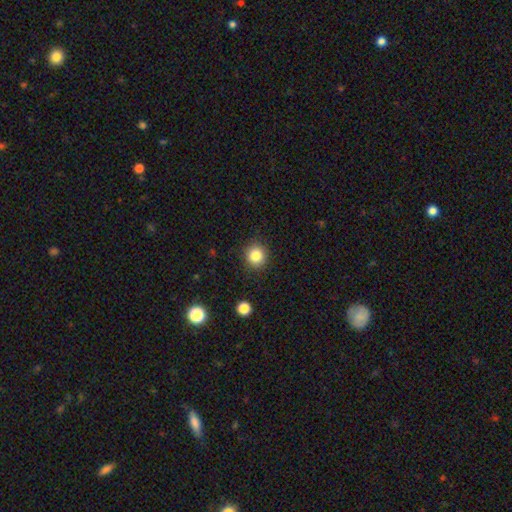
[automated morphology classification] This is clearly a smooth galaxy (84%). How rounded: clearly round (92%). Merging: clearly none (90%).